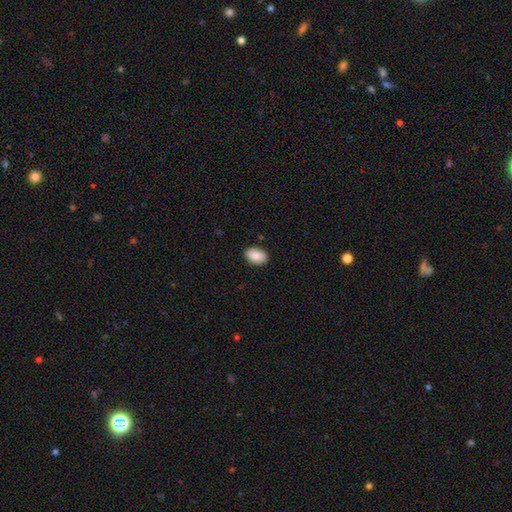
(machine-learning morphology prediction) type=smooth (87%); roundness=in between (89%); merging=none (88%).